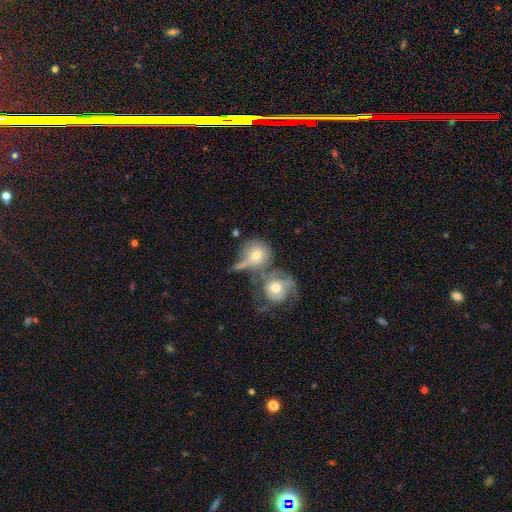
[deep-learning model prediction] Smooth or featured: smooth — 56% (featured or disk — 35%)
How rounded: round — 80% (in between — 19%)
Merging: merger — 54% (none — 26%)